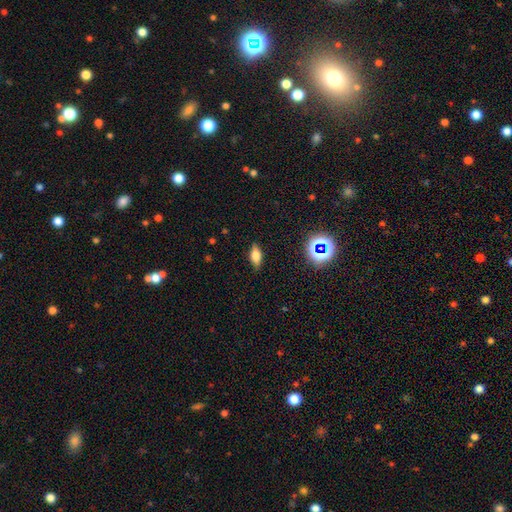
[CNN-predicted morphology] Q: Smooth or featured?
A: smooth (69%); runner-up: featured or disk (17%)
Q: How rounded?
A: in between (80%); runner-up: cigar-shaped (14%)
Q: Merging?
A: none (86%); runner-up: minor disturbance (10%)